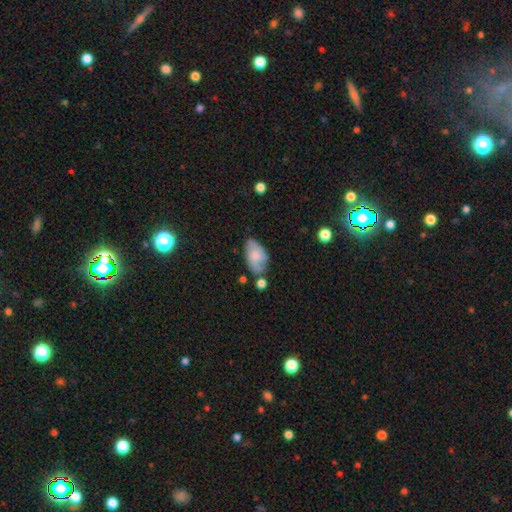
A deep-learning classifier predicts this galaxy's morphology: A smooth galaxy with no disk features (59%) that is in between round and cigar-shaped (93%).

Vote fractions:
- Smooth or featured? smooth: 59% / featured or disk: 33% / star or artifact: 8%
- How rounded? in between: 93% / round: 5% / cigar-shaped: 2%
- Merging? none: 55% / minor disturbance: 27% / merger: 10% / major disturbance: 9%